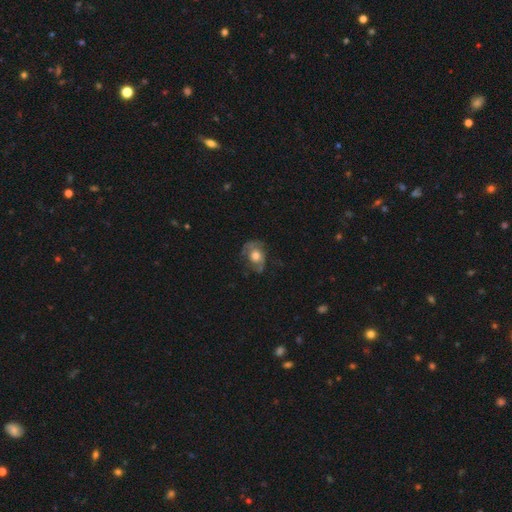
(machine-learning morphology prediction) Q: Smooth or featured?
A: smooth (50%); runner-up: featured or disk (42%)
Q: Merging?
A: none (50%); runner-up: minor disturbance (27%)